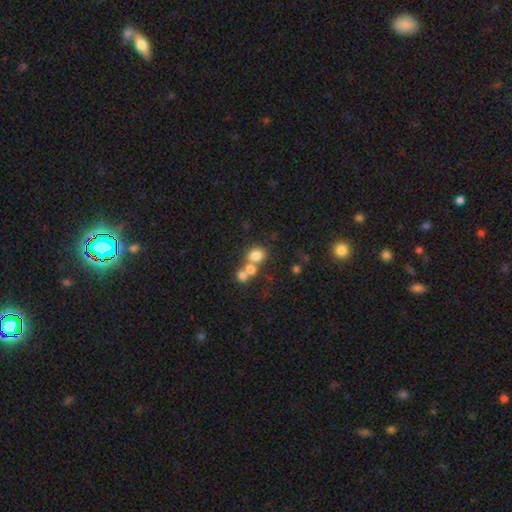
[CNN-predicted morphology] type=smooth (74%); roundness=round (63%); merging=merger (47%).